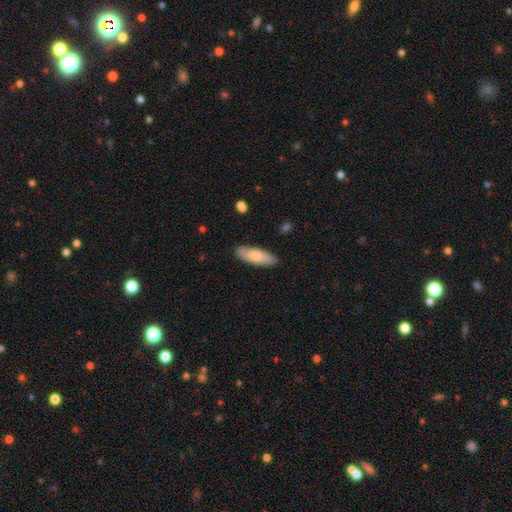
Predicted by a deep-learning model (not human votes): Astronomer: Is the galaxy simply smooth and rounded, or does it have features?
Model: smooth — 77%.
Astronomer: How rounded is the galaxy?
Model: in between — 65%.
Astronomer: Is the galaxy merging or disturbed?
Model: none — 86%.